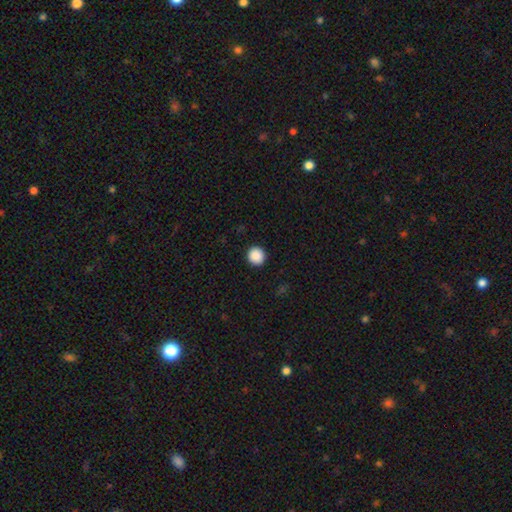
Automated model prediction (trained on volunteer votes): This appears to be a smooth galaxy with no disk features (89%) that is round (94%). Merging: none (93%).